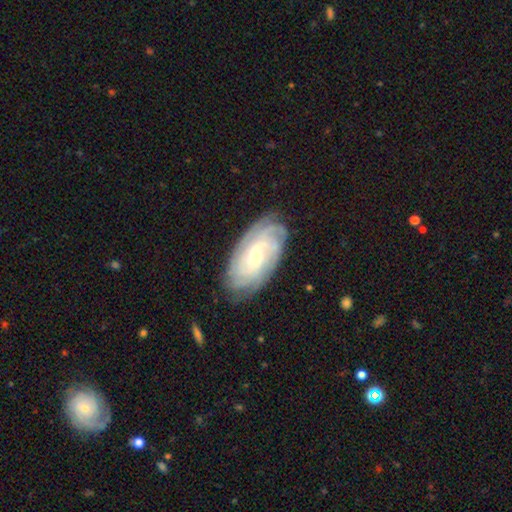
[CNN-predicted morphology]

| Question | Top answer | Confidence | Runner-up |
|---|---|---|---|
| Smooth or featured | featured or disk | 81% | smooth (13%) |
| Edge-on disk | no | 93% | yes (7%) |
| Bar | no | 49% | weak (39%) |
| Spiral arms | yes | 95% | no (5%) |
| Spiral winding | tight | 75% | medium (20%) |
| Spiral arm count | can't tell | 42% | 4 (20%) |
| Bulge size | moderate | 50% | small (45%) |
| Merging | none | 80% | minor disturbance (15%) |